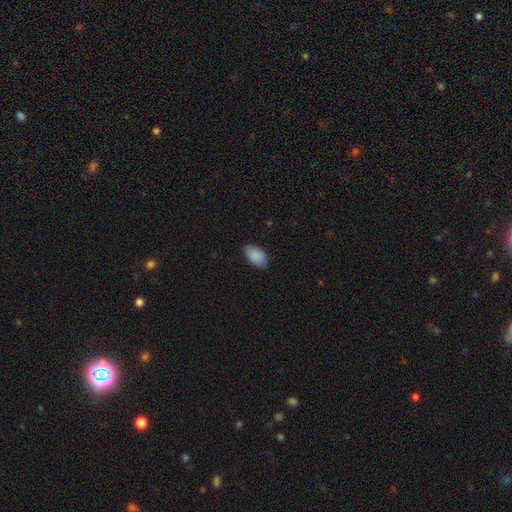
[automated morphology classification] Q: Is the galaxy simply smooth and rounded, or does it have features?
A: smooth — 89%.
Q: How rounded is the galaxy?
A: in between — 94%.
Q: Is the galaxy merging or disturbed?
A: none — 81%.